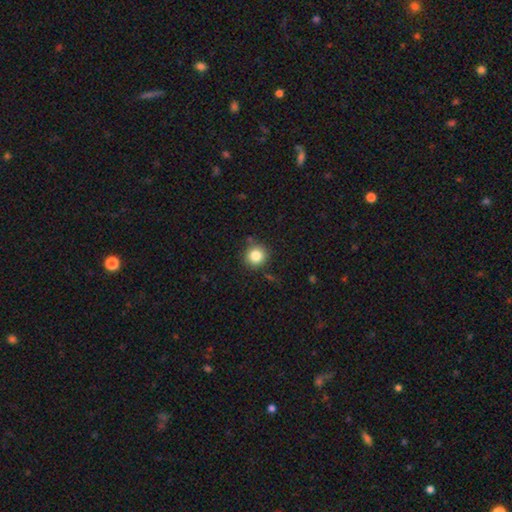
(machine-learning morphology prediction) Smooth or featured? smooth (84%)
How rounded? round (93%)
Merging? none (85%)